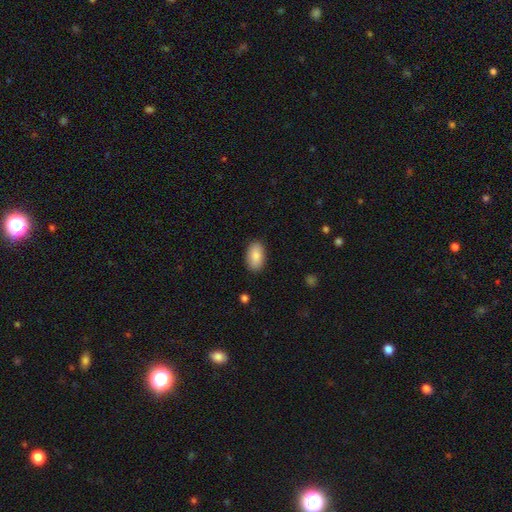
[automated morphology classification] A smooth galaxy with no disk features (87%) that is in between round and cigar-shaped (94%). Merging: none (88%).